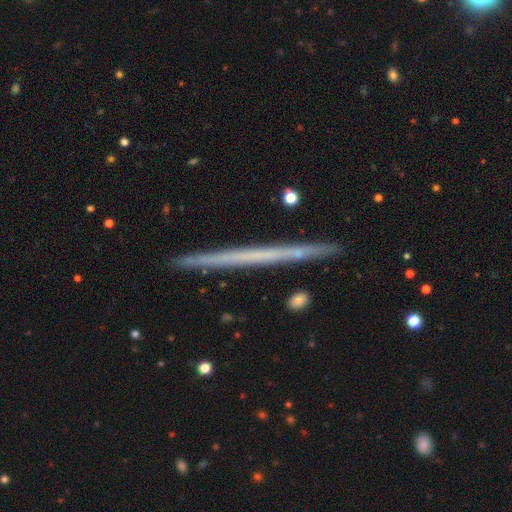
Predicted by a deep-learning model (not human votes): Smooth or featured?
  - featured or disk: 60% *
  - smooth: 34%
  - star or artifact: 7%
Edge-on disk?
  - yes: 98% *
  - no: 2%
Edge-on bulge?
  - none: 93% *
  - rounded: 4%
  - boxy: 2%
Merging?
  - none: 91% *
  - minor disturbance: 6%
  - merger: 1%
  - major disturbance: 1%